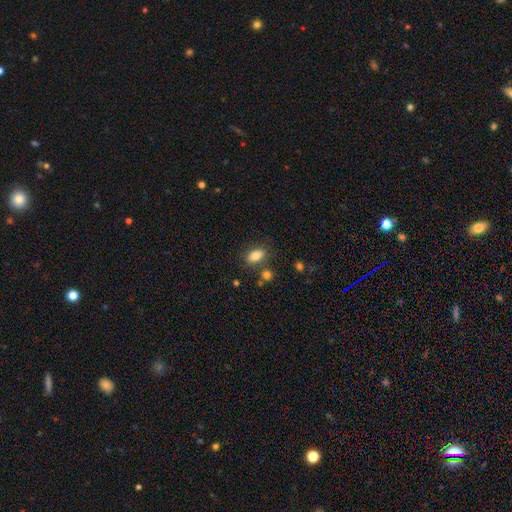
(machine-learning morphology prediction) Smooth or featured? smooth (83%)
How rounded? in between (86%)
Merging? none (76%)